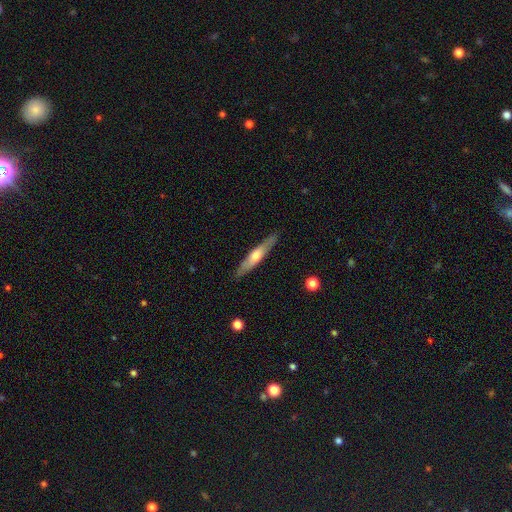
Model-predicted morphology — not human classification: A featured or disk galaxy (50%) viewed edge-on (87%). Merging: none (88%).